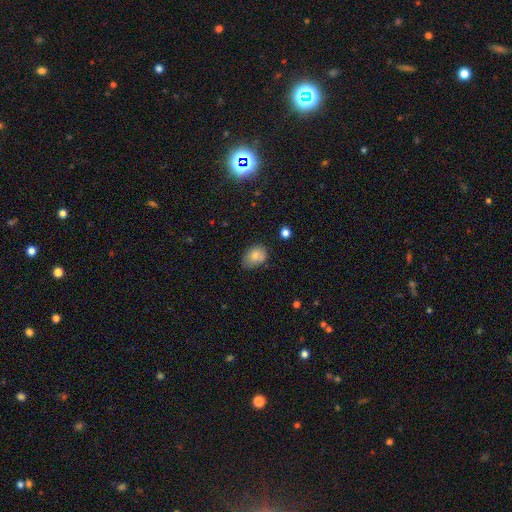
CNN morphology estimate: smooth 78%, featured or disk 12%, star or artifact 10%. Down the decision tree: how rounded — in between (72%); merging — none (58%).